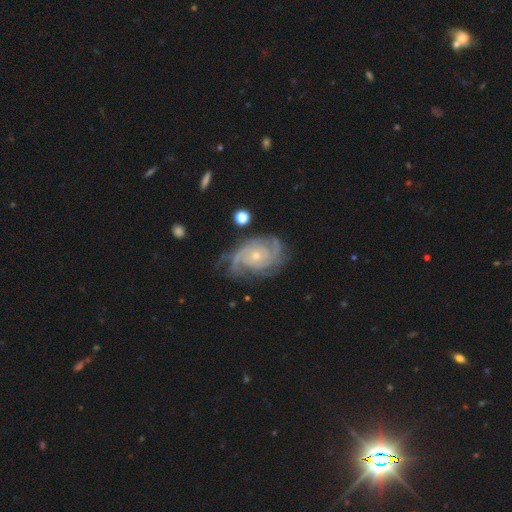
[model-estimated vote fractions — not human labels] smooth-or-featured: featured or disk: 91% | star or artifact: 5% | smooth: 4%
  disk-edge-on: no: 97% | yes: 3%
    bar: no: 78% | weak: 18% | strong: 4%
    has-spiral-arms: yes: 98% | no: 2%
      spiral-winding: tight: 65% | medium: 30% | loose: 5%
      spiral-arm-count: 3: 30% | 2: 28% | can't tell: 16% | 4: 14% | more than 4: 6% | 1: 6%
    bulge-size: small: 69% | moderate: 28% | none: 1% | large: 1% | dominant: 1%
  merging: none: 69% | minor disturbance: 21% | major disturbance: 8% | merger: 2%